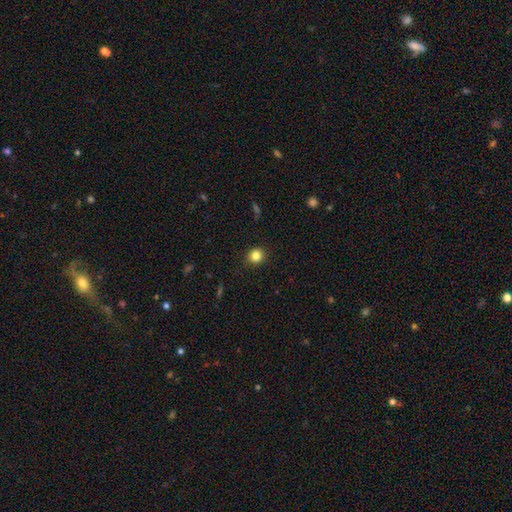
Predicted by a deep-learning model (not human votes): smooth_or_featured: smooth (p=0.83) [alt: star or artifact p=0.11]
how_rounded: round (p=0.86) [alt: in between p=0.13]
merging: none (p=0.90) [alt: minor disturbance p=0.07]